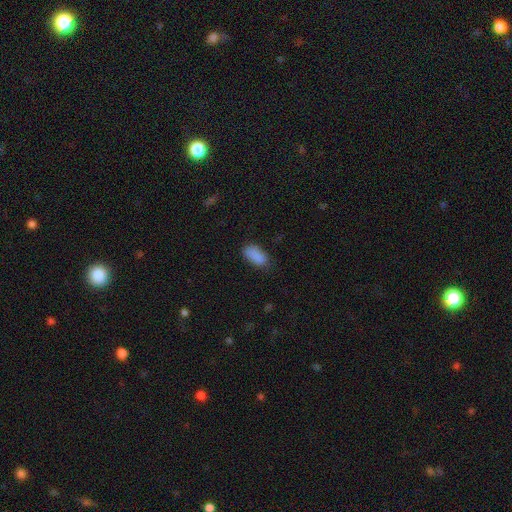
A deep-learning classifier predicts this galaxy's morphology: This is clearly a smooth galaxy (88%). How rounded: clearly in between (92%). Merging: likely none (74%).